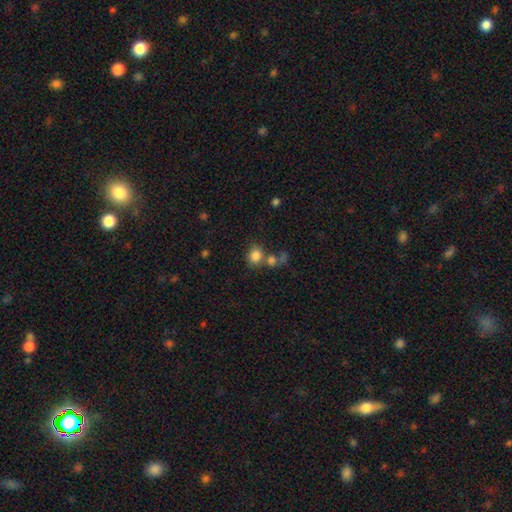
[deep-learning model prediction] A smooth galaxy with no disk features (82%) that is round (63%). Merging: none (52%).